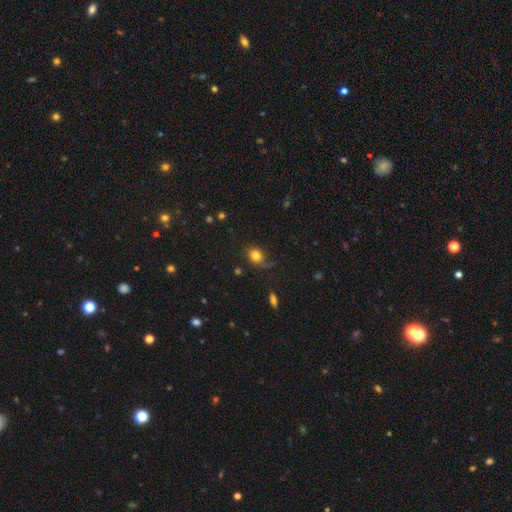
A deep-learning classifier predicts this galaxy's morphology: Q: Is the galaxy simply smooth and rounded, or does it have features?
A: smooth — 79%.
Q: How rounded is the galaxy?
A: round — 58%.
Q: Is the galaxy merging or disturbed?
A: none — 65%.